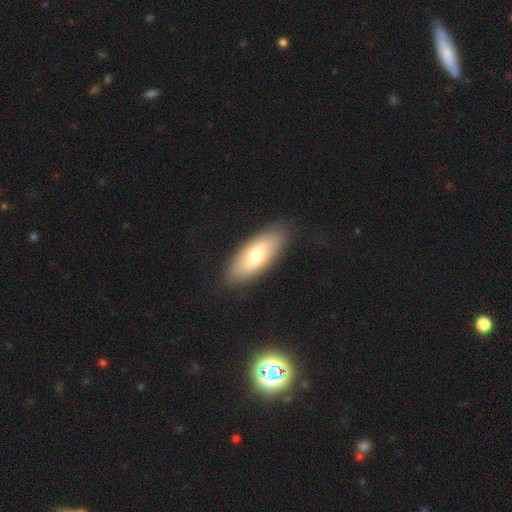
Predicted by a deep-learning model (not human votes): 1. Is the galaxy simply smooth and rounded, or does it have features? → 66% smooth, 29% featured or disk, 6% star or artifact.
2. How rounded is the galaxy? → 82% in between, 16% cigar-shaped, 2% round.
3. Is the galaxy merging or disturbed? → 87% none, 9% minor disturbance, 2% major disturbance, 1% merger.